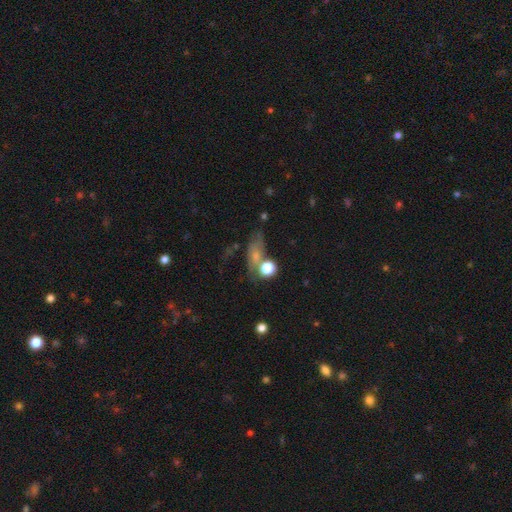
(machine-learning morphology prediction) smooth-or-featured: smooth: 59% | featured or disk: 22% | star or artifact: 18%
  how-rounded: in between: 54% | round: 30% | cigar-shaped: 16%
  merging: none: 50% | minor disturbance: 21% | merger: 16% | major disturbance: 13%